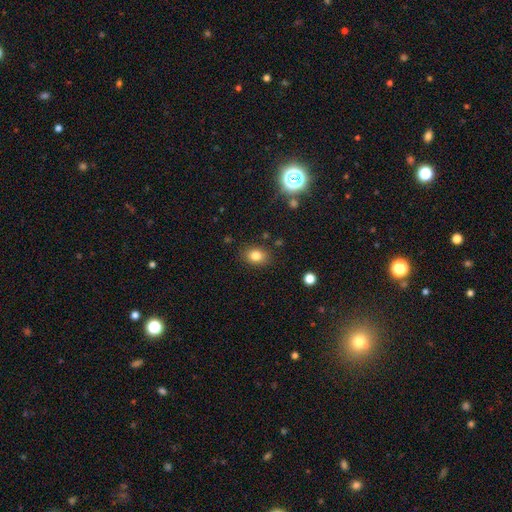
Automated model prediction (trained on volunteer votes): Q: Smooth or featured?
A: smooth (81%); runner-up: star or artifact (11%)
Q: How rounded?
A: in between (65%); runner-up: round (34%)
Q: Merging?
A: none (85%); runner-up: minor disturbance (10%)